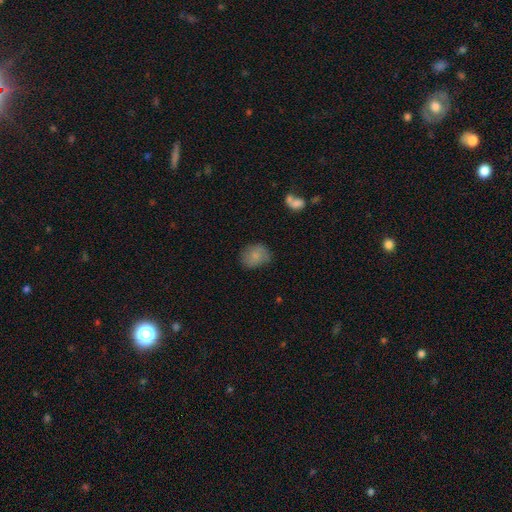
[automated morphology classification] type=smooth (77%); roundness=round (54%); merging=none (68%).